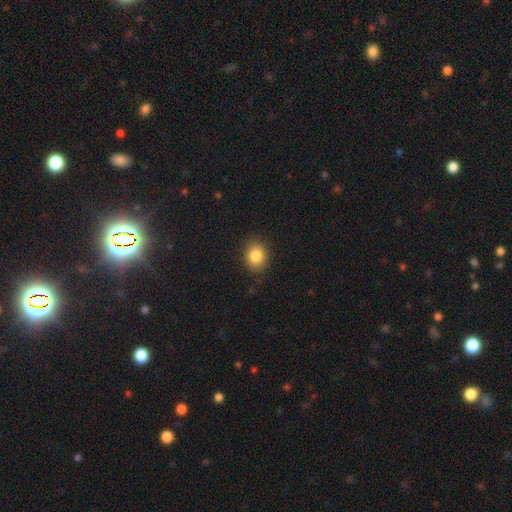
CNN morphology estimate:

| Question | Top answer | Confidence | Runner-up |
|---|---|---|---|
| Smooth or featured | smooth | 85% | star or artifact (9%) |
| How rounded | round | 57% | in between (42%) |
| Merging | none | 86% | minor disturbance (10%) |